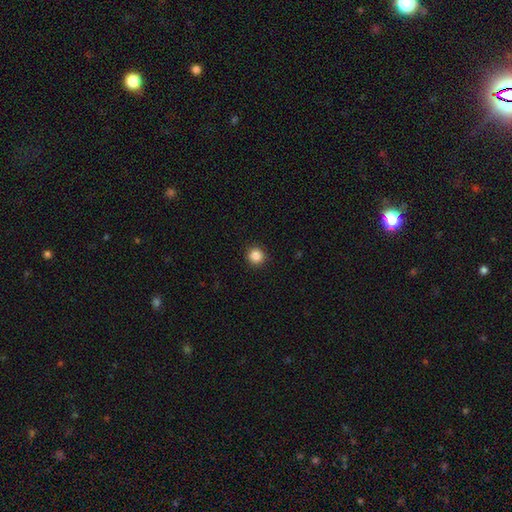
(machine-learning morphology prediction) smooth_or_featured: smooth (p=0.87) [alt: star or artifact p=0.10]
how_rounded: round (p=0.95) [alt: in between p=0.04]
merging: none (p=0.92) [alt: minor disturbance p=0.06]